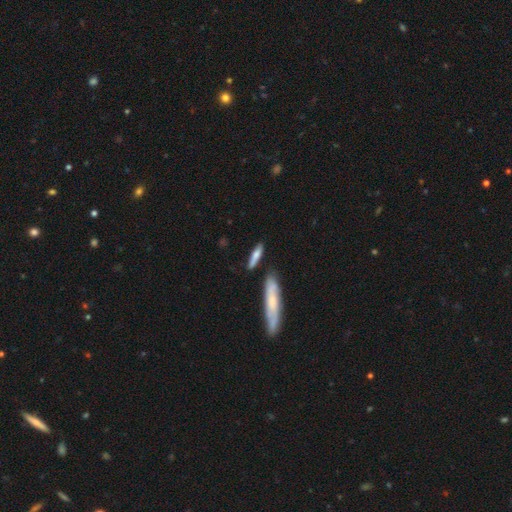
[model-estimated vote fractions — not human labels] Smooth or featured?
  - smooth: 69% *
  - featured or disk: 24%
  - star or artifact: 6%
How rounded?
  - cigar-shaped: 73% *
  - in between: 24%
  - round: 2%
Merging?
  - none: 72% *
  - minor disturbance: 15%
  - merger: 9%
  - major disturbance: 4%